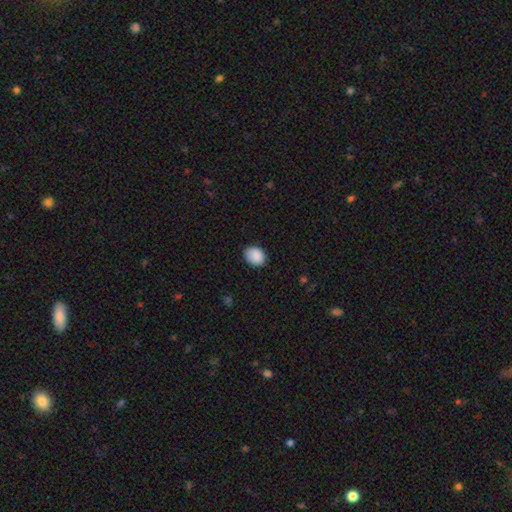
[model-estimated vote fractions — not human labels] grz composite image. It shows a smooth galaxy with no disk features (89%) that is in between round and cigar-shaped (55%). Merging: none (81%).